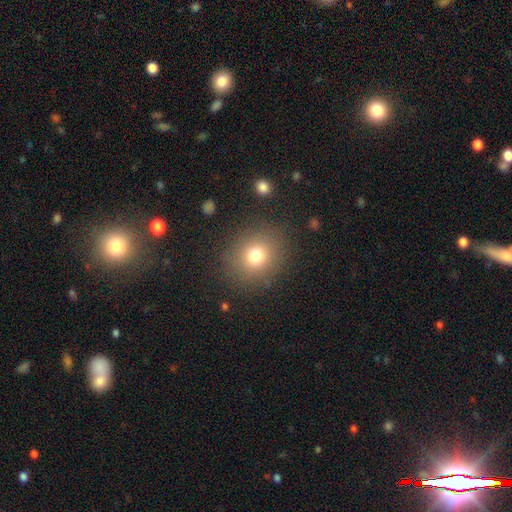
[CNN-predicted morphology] Overall: smooth (75%). How rounded: round (77%). Merging: none (86%).